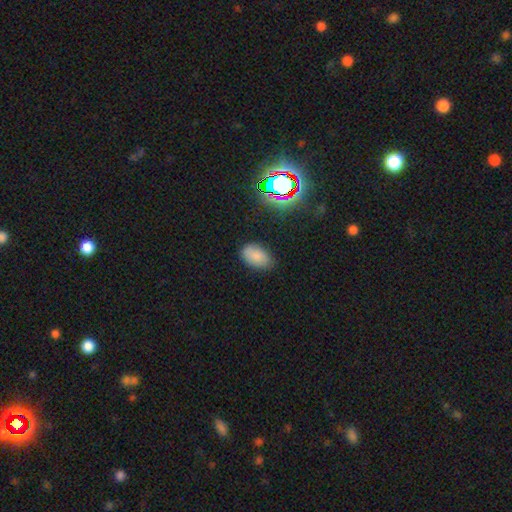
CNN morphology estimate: This appears to be a smooth galaxy with no disk features (80%) that is in between round and cigar-shaped (91%). Merging: none (80%).